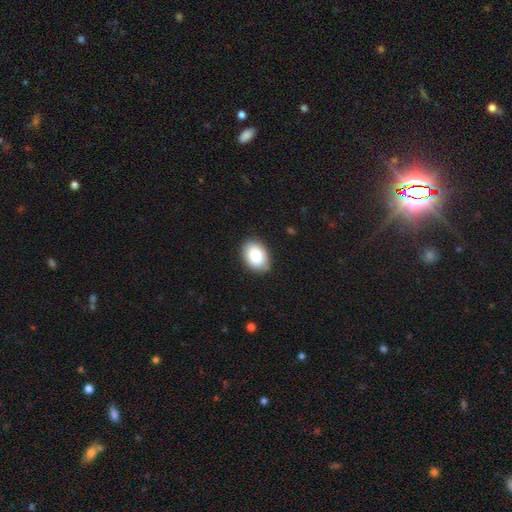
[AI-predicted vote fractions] Smooth or featured? smooth (87%)
How rounded? in between (83%)
Merging? none (85%)